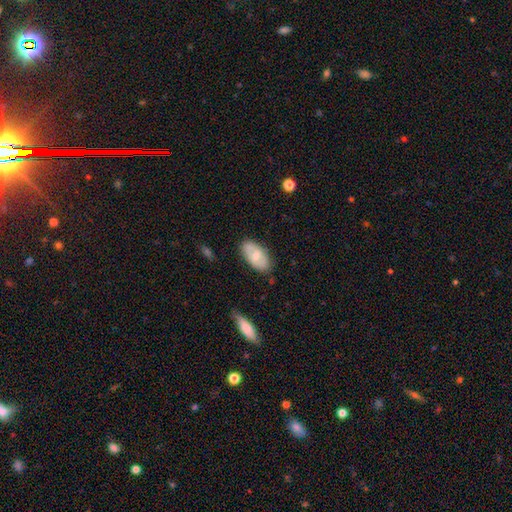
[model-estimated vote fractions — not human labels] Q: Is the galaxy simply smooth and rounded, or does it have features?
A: smooth — 62%.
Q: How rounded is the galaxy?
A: in between — 94%.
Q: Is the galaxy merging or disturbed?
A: none — 79%.